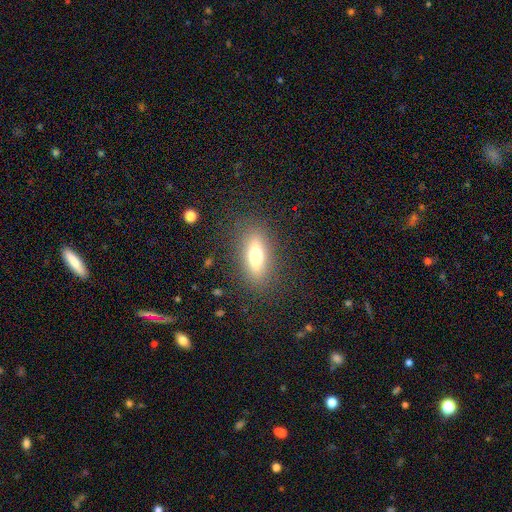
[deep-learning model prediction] Q: Smooth or featured?
A: smooth (63%); runner-up: featured or disk (27%)
Q: How rounded?
A: in between (66%); runner-up: cigar-shaped (29%)
Q: Merging?
A: none (84%); runner-up: minor disturbance (10%)